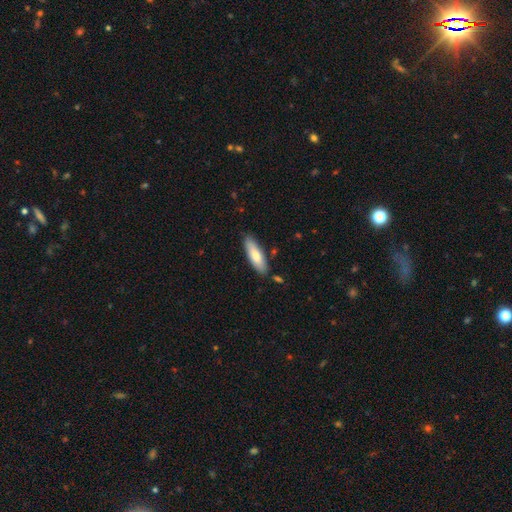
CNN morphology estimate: Smooth or featured?
  - smooth: 76% *
  - featured or disk: 18%
  - star or artifact: 5%
How rounded?
  - in between: 50% *
  - cigar-shaped: 49%
  - round: 1%
Merging?
  - none: 83% *
  - minor disturbance: 12%
  - merger: 3%
  - major disturbance: 2%